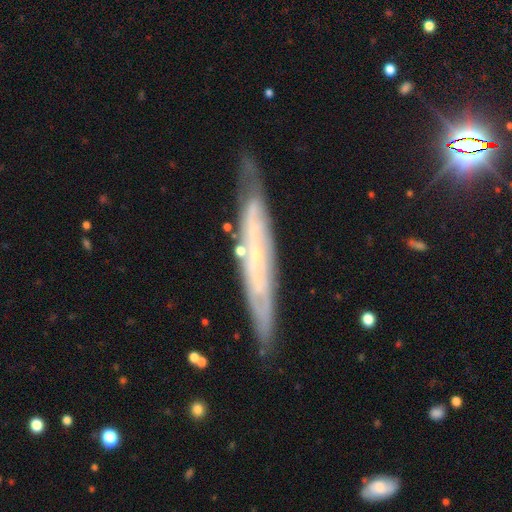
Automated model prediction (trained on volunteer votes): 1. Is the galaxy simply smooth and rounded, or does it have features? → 74% featured or disk, 19% smooth, 7% star or artifact.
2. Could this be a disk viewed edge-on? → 62% yes, 38% no.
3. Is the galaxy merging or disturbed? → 78% none, 16% minor disturbance, 3% major disturbance, 3% merger.